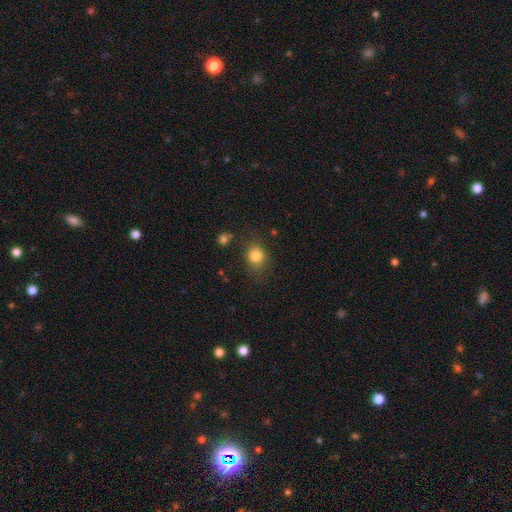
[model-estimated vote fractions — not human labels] This is clearly a smooth galaxy (82%). How rounded: likely round (67%). Merging: likely none (75%).